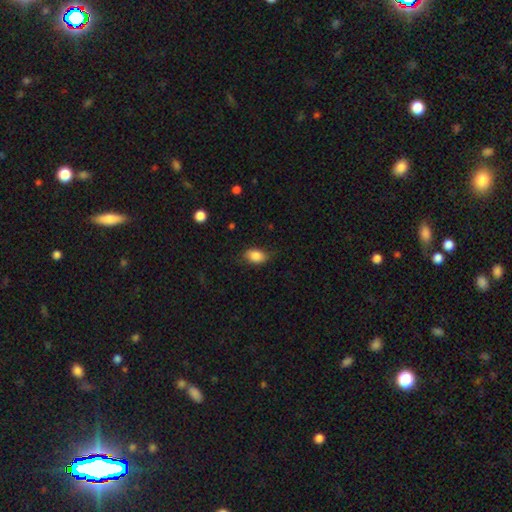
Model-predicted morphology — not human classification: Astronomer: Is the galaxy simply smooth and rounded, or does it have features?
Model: smooth — 86%.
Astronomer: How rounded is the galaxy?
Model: in between — 86%.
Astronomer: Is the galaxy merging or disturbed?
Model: none — 77%.